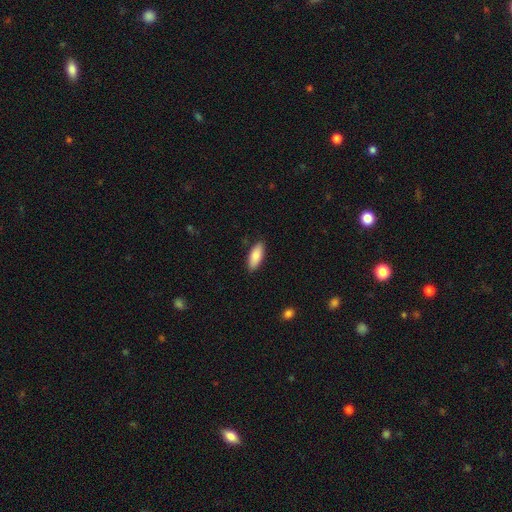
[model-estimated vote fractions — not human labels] smooth-or-featured: smooth: 86% | featured or disk: 9% | star or artifact: 6%
  how-rounded: in between: 76% | cigar-shaped: 22% | round: 2%
  merging: none: 87% | minor disturbance: 10% | major disturbance: 2% | merger: 1%